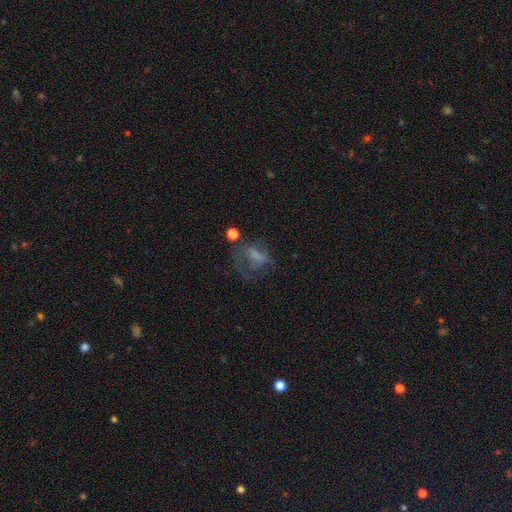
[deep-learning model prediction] smooth-or-featured: smooth: 46% | featured or disk: 37% | star or artifact: 17%
  merging: major disturbance: 45% | none: 29% | minor disturbance: 20% | merger: 6%